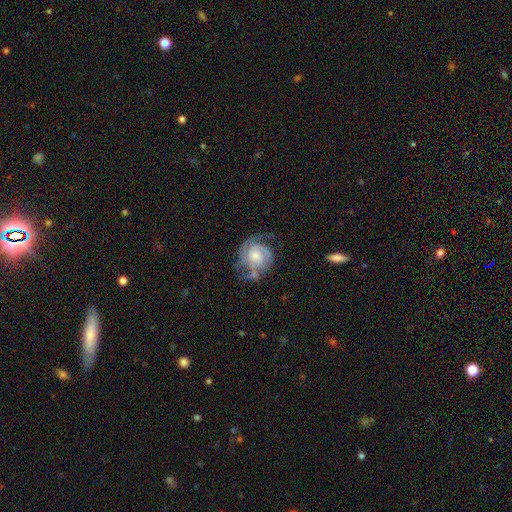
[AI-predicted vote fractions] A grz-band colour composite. It shows a featured or disk galaxy (82%) with no bar (71%), 2 (64%) tight (56%) spiral arms (95%) and a moderate central bulge (44%). Merging: none (55%).